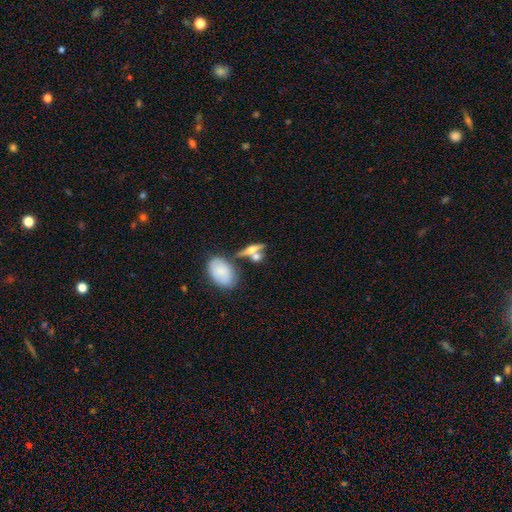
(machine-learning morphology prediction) Smooth or featured: smooth — 44% (tied with featured or disk — 44%)
Merging: none — 55% (merger — 27%)